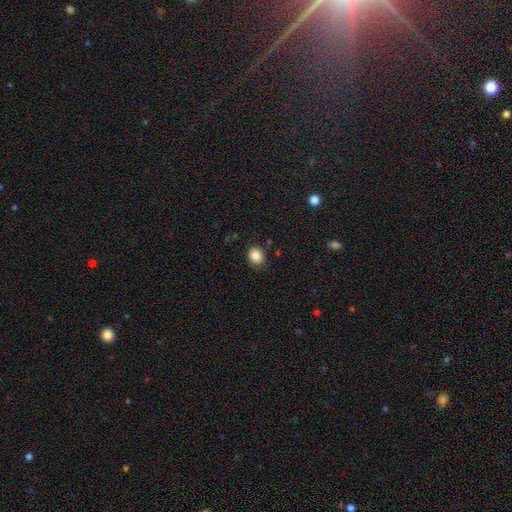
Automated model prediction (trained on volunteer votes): The model was most divided on "how rounded": round: 70%, in between: 29%, cigar-shaped: 1%. More confident: smooth or featured — smooth (87%); merging — none (84%).